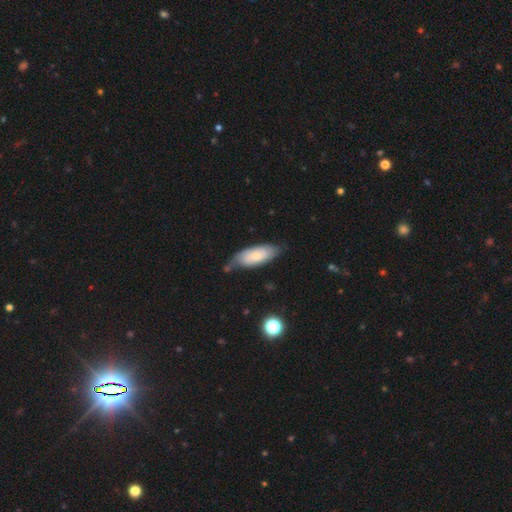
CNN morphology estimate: smooth 68%, featured or disk 26%, star or artifact 6%. Down the decision tree: how rounded — in between (78%); merging — none (58%).